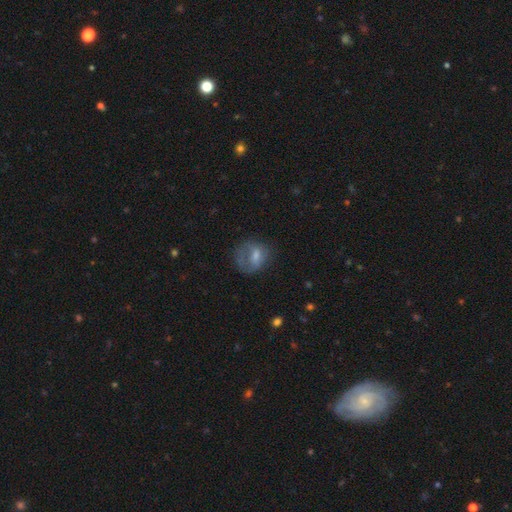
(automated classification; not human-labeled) Smooth or featured?
  - smooth: 50% *
  - featured or disk: 36%
  - star or artifact: 13%
How rounded?
  - round: 55% *
  - in between: 43%
  - cigar-shaped: 2%
Merging?
  - none: 44% *
  - major disturbance: 30%
  - minor disturbance: 24%
  - merger: 2%